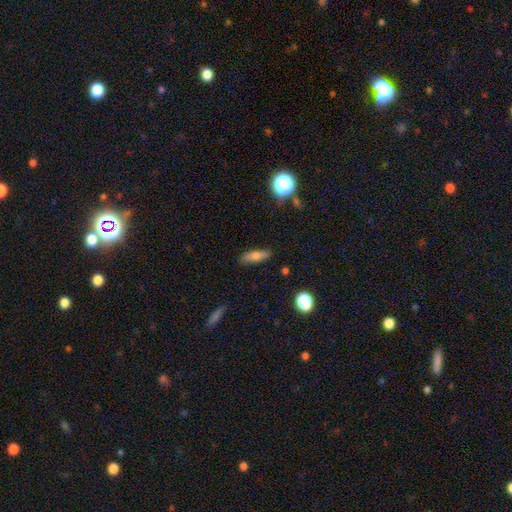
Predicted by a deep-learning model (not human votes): This is likely a smooth galaxy (62%). How rounded: possibly cigar-shaped (52%). Merging: clearly none (84%).